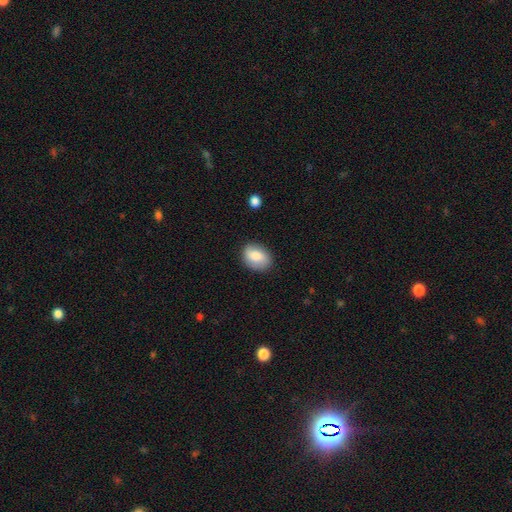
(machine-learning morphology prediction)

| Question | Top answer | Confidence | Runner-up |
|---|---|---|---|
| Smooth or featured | smooth | 76% | featured or disk (17%) |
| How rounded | in between | 71% | round (27%) |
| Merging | none | 84% | minor disturbance (12%) |